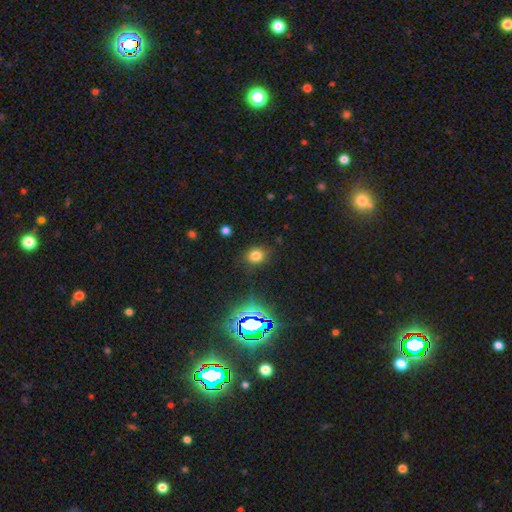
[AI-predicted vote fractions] smooth-or-featured: smooth: 74% | star or artifact: 19% | featured or disk: 6%
  how-rounded: round: 58% | in between: 41% | cigar-shaped: 1%
  merging: none: 85% | minor disturbance: 10% | major disturbance: 3% | merger: 2%